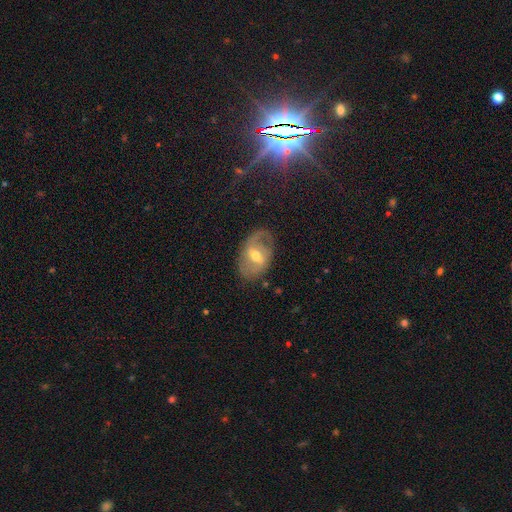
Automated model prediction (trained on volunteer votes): Smooth or featured? featured or disk (71%)
Edge-on disk? no (94%)
Bar? weak (51%)
Spiral arms? yes (78%)
Spiral winding? medium (41%)
Spiral arm count? 2 (65%)
Bulge size? moderate (65%)
Merging? none (70%)